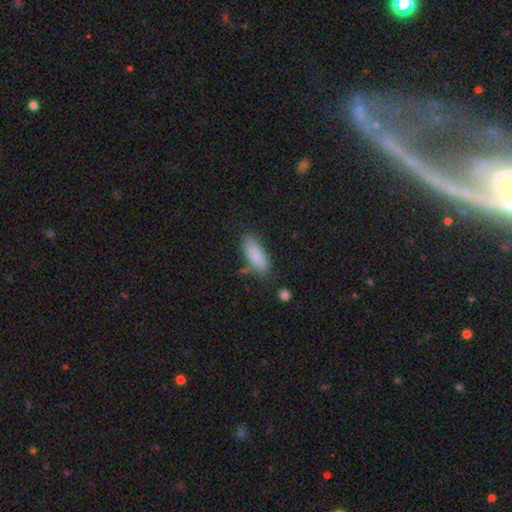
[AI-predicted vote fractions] Smooth or featured: smooth — 87% (star or artifact — 7%)
How rounded: in between — 73% (cigar-shaped — 25%)
Merging: none — 71% (minor disturbance — 19%)